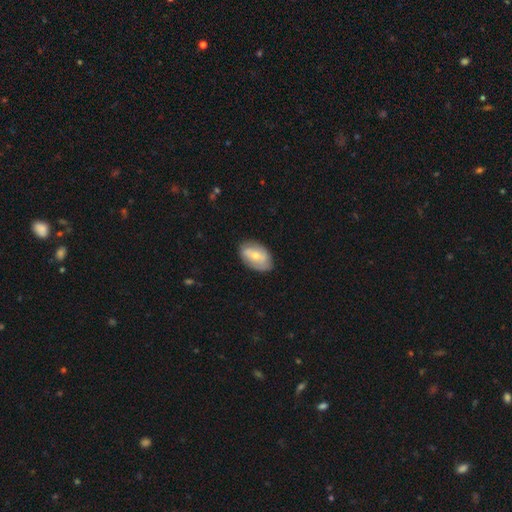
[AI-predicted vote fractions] The model was most divided on "smooth or featured": smooth: 52%, featured or disk: 42%, star or artifact: 6%. More confident: how rounded — in between (89%); merging — none (78%).